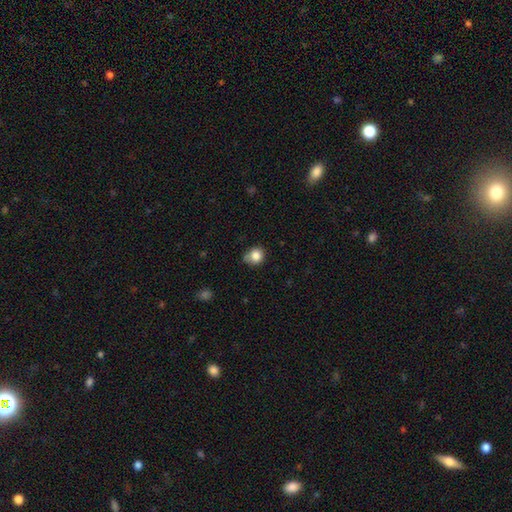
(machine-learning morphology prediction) type=smooth (83%); roundness=round (75%); merging=none (62%).